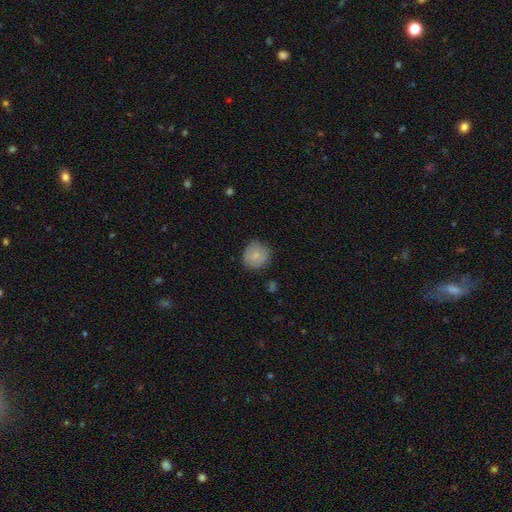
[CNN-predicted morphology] Smooth or featured? Predicted: smooth (p=0.80). How rounded? Predicted: round (p=0.88). Merging? Predicted: none (p=0.76).